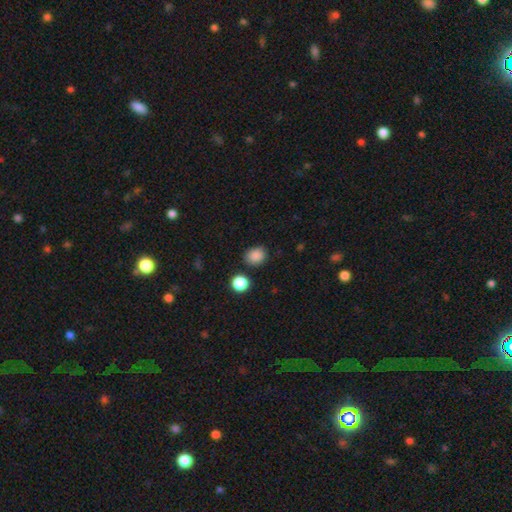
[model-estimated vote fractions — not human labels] smooth_or_featured: smooth (p=0.85) [alt: star or artifact p=0.11]
how_rounded: round (p=0.63) [alt: in between p=0.36]
merging: none (p=0.82) [alt: minor disturbance p=0.11]